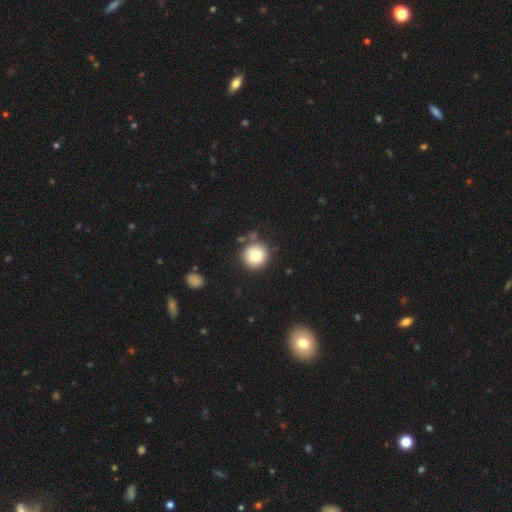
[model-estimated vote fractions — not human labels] The model was most divided on "smooth or featured": smooth: 77%, featured or disk: 13%, star or artifact: 10%. More confident: how rounded — round (94%); merging — none (79%).